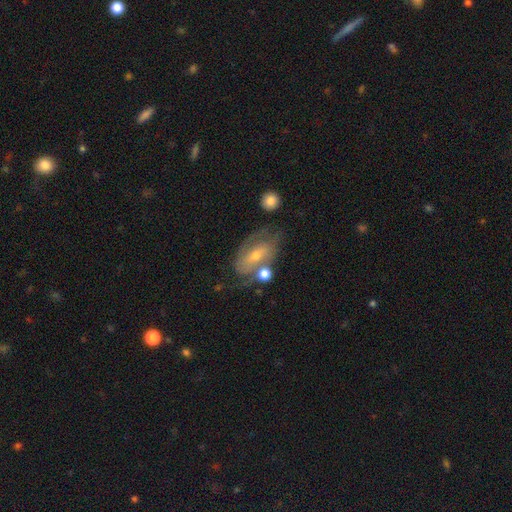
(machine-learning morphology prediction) A featured or disk galaxy (70%) with a weak bar (37%), 2 (65%) tight (43%) spiral arms (80%) and a small central bulge (50%).

Vote fractions:
- Smooth or featured? featured or disk: 70% / smooth: 22% / star or artifact: 8%
- Edge-on disk? no: 93% / yes: 7%
- Bar? weak: 37% / no: 34% / strong: 28%
- Spiral arms? yes: 80% / no: 20%
- Spiral winding? tight: 43% / medium: 40% / loose: 17%
- Spiral arm count? 2: 65% / can't tell: 23% / 1: 6% / 3: 4% / 4: 1% / more than 4: 1%
- Bulge size? small: 50% / moderate: 45% / large: 2% / none: 2% / dominant: 1%
- Merging? none: 51% / minor disturbance: 20% / merger: 15% / major disturbance: 13%